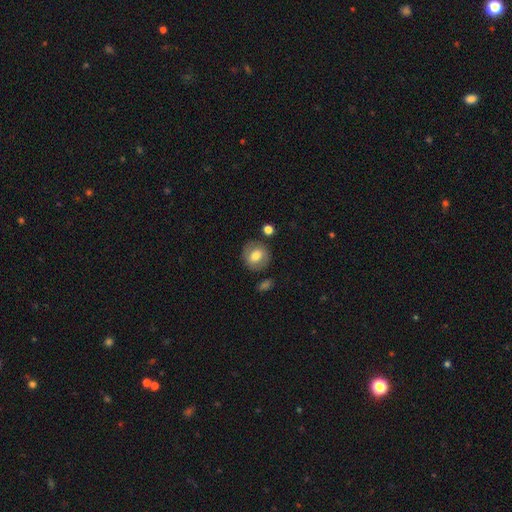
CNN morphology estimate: Q: Smooth or featured?
A: smooth (70%); runner-up: featured or disk (22%)
Q: How rounded?
A: round (82%); runner-up: in between (17%)
Q: Merging?
A: none (80%); runner-up: minor disturbance (12%)